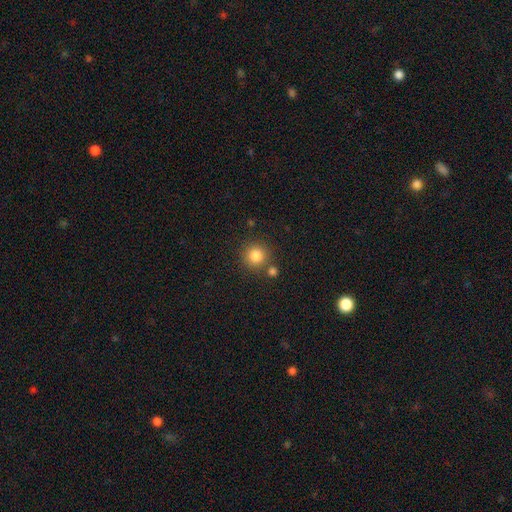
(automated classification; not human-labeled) A smooth galaxy with no disk features (84%) that is round (93%).

Vote fractions:
- Smooth or featured? smooth: 84% / star or artifact: 11% / featured or disk: 5%
- How rounded? round: 93% / in between: 6% / cigar-shaped: 1%
- Merging? none: 78% / merger: 11% / minor disturbance: 8% / major disturbance: 3%